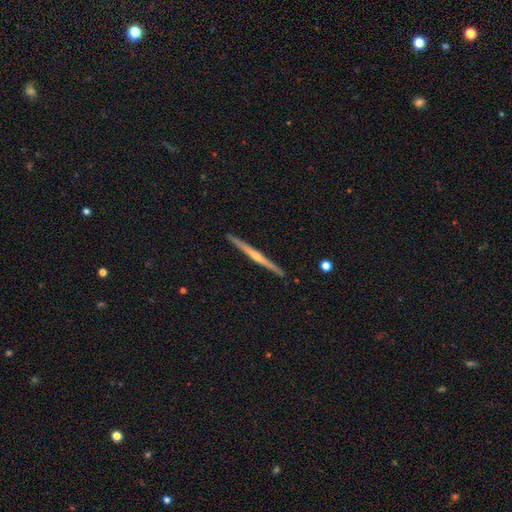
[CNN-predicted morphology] The model was most divided on "edge-on bulge": rounded: 62%, none: 32%, boxy: 6%. More confident: edge-on disk — yes (98%); merging — none (91%); smooth or featured — featured or disk (73%).